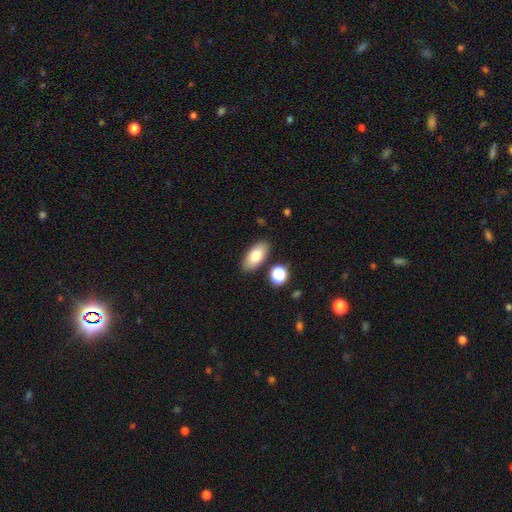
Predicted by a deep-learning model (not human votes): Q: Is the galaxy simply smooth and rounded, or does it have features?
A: smooth — 79%.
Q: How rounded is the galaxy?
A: in between — 90%.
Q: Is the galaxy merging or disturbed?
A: none — 85%.